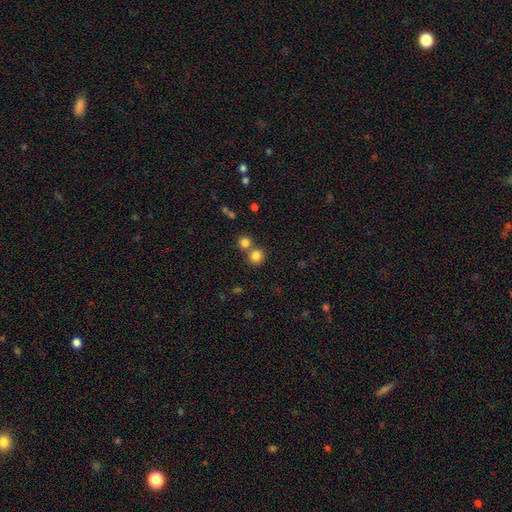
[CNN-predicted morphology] smooth-or-featured: smooth: 81% | star or artifact: 12% | featured or disk: 6%
  how-rounded: round: 91% | in between: 8% | cigar-shaped: 1%
  merging: none: 58% | merger: 33% | minor disturbance: 6% | major disturbance: 2%